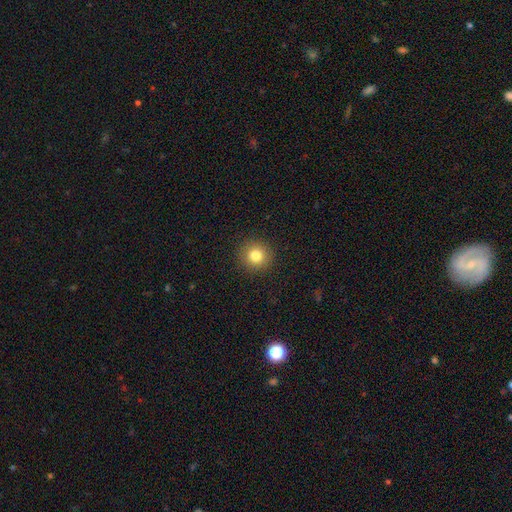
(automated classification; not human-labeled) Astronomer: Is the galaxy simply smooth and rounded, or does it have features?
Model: smooth — 81%.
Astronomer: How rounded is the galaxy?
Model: round — 93%.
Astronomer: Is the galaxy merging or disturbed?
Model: none — 92%.